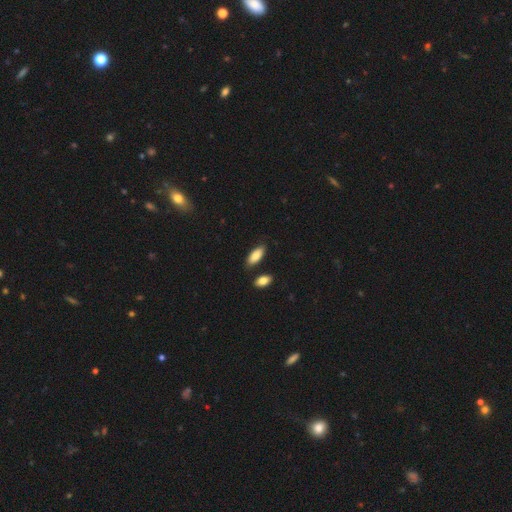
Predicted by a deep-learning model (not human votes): A smooth galaxy with no disk features (85%) that is in between round and cigar-shaped (83%). Merging: none (80%).